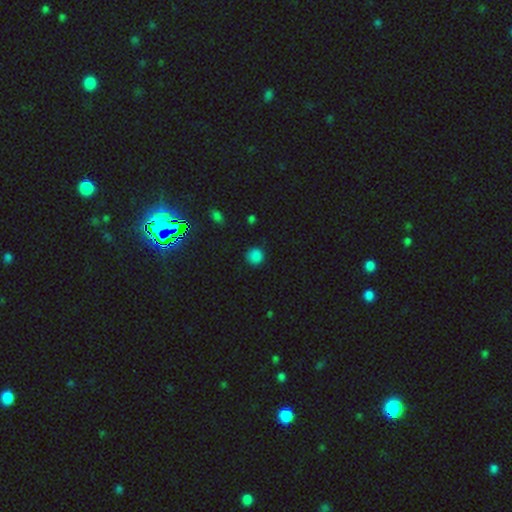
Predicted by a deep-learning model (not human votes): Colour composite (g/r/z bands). It shows a smooth galaxy with no disk features (82%) that is round (93%). Merging: none (88%).